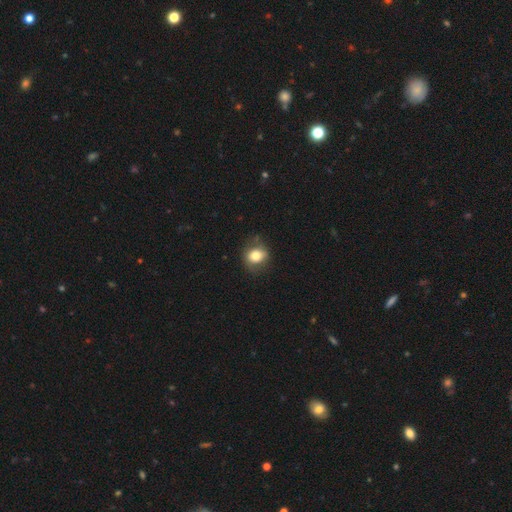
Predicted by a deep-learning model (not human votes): Q: Smooth or featured?
A: smooth (76%); runner-up: featured or disk (15%)
Q: How rounded?
A: round (61%); runner-up: in between (38%)
Q: Merging?
A: none (73%); runner-up: minor disturbance (19%)